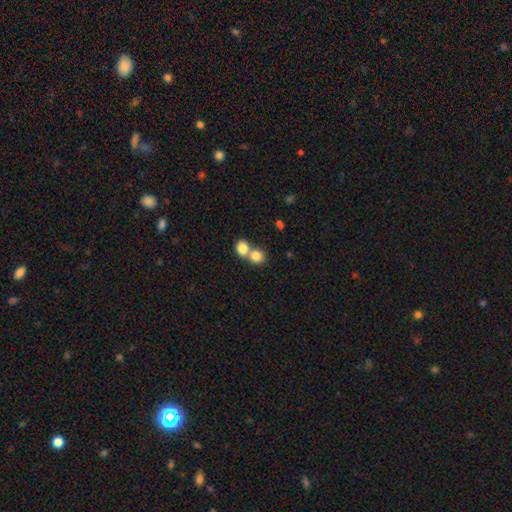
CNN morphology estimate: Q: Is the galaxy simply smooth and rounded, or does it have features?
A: smooth — 81%.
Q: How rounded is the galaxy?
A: round — 75%.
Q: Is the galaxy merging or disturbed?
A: merger — 63%.